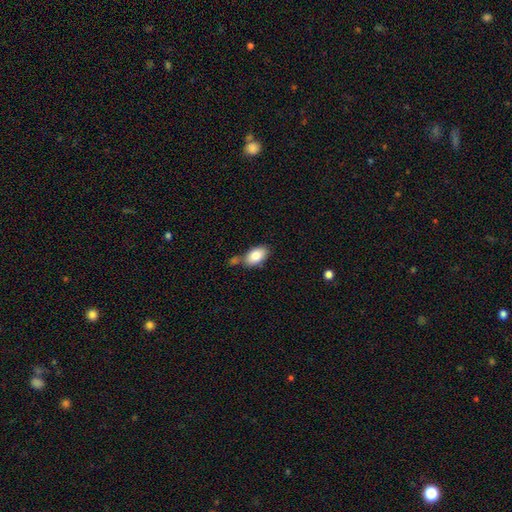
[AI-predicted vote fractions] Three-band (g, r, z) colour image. It shows a smooth galaxy with no disk features (84%) that is in between round and cigar-shaped (92%). Merging: none (59%).